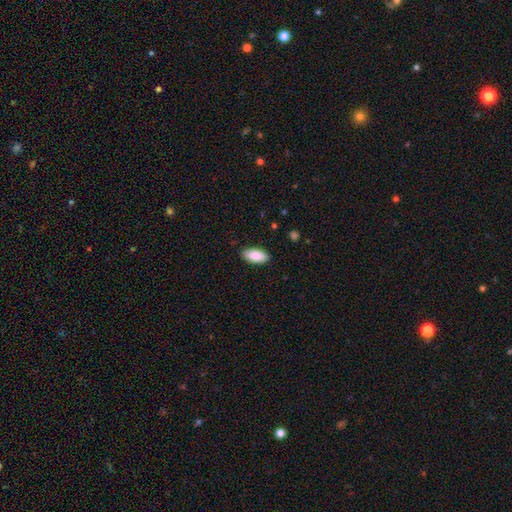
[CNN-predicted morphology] Smooth or featured: smooth — 90% (star or artifact — 6%)
How rounded: in between — 93% (cigar-shaped — 6%)
Merging: none — 88% (minor disturbance — 9%)